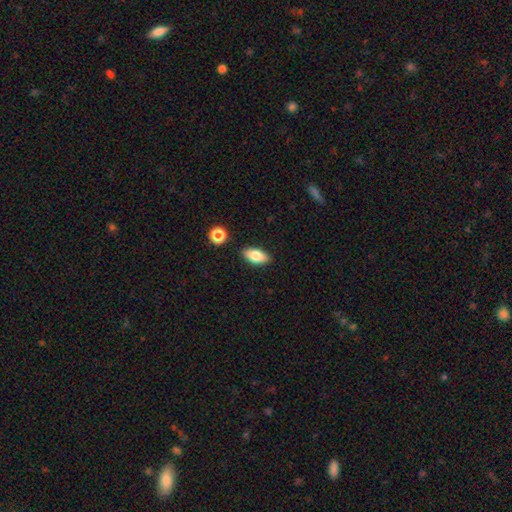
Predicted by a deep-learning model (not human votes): Smooth or featured: smooth — 81% (featured or disk — 12%)
How rounded: in between — 89% (cigar-shaped — 7%)
Merging: none — 86% (minor disturbance — 9%)